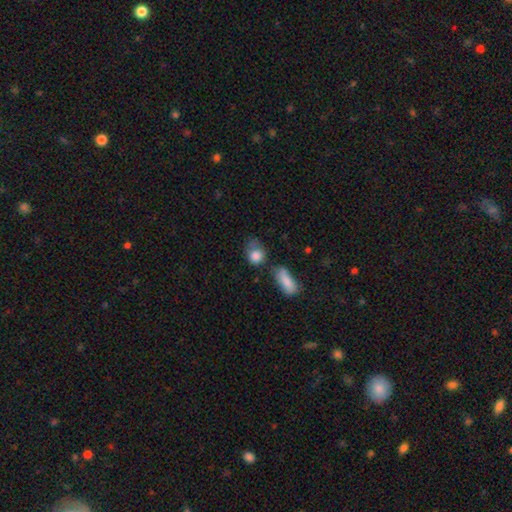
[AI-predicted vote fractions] The model was most divided on "merging": none: 40%, minor disturbance: 26%, merger: 19%, major disturbance: 15%. More confident: smooth or featured — smooth (82%); how rounded — round (57%).